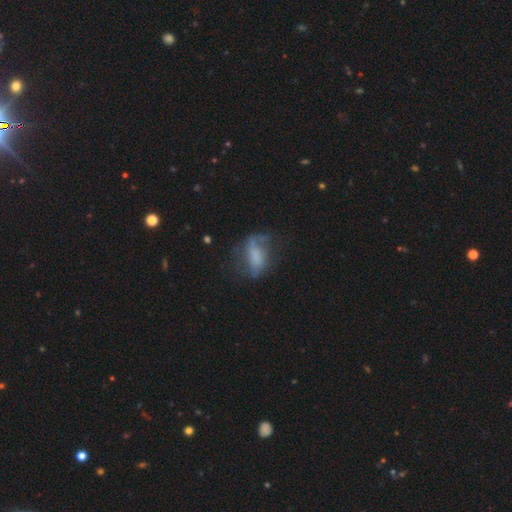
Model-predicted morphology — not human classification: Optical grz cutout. It shows a smooth galaxy with no disk features (45%). Merging: none (40%).